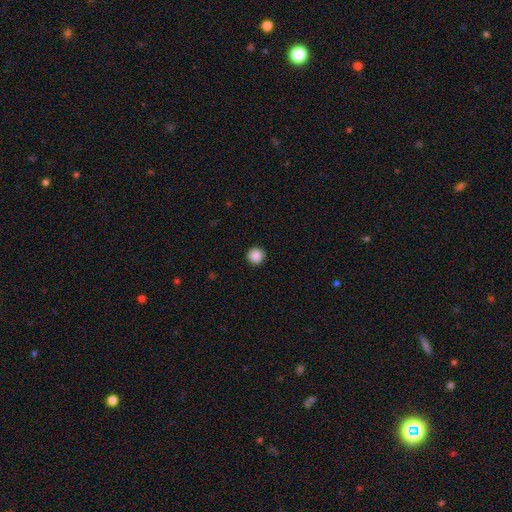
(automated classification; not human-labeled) Overall: smooth (88%). How rounded: round (95%). Merging: none (92%).